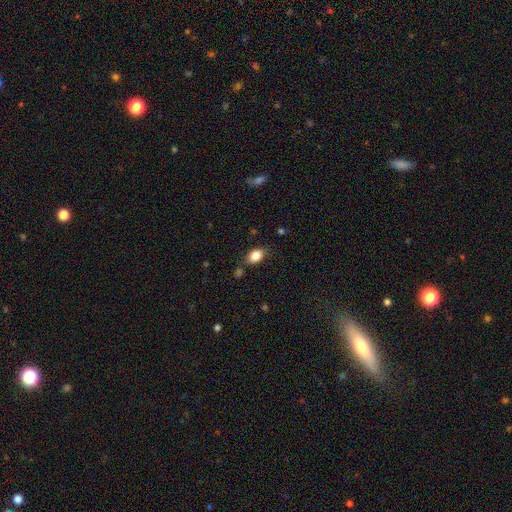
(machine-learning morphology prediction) Q: Smooth or featured?
A: smooth (84%); runner-up: star or artifact (9%)
Q: How rounded?
A: in between (84%); runner-up: round (14%)
Q: Merging?
A: none (77%); runner-up: minor disturbance (15%)